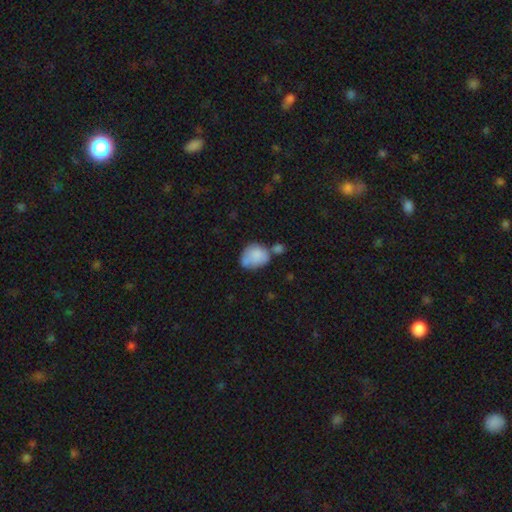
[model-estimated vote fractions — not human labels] Overall: smooth (79%). How rounded: round (51%; in between 48%). Merging: none (38%; merger 28%).